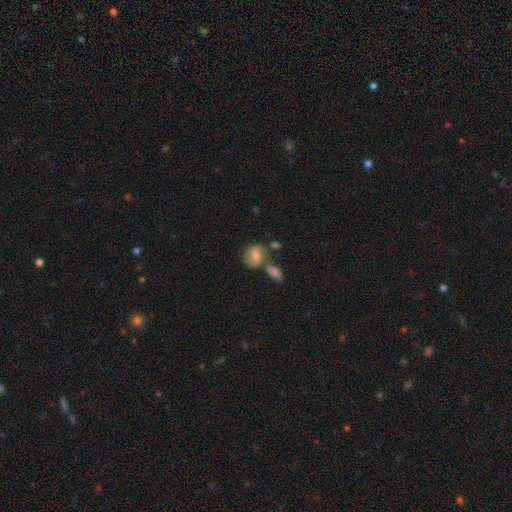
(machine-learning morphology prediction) This is likely a smooth galaxy (65%). How rounded: possibly in between (51%). Merging: marginally none (43%).